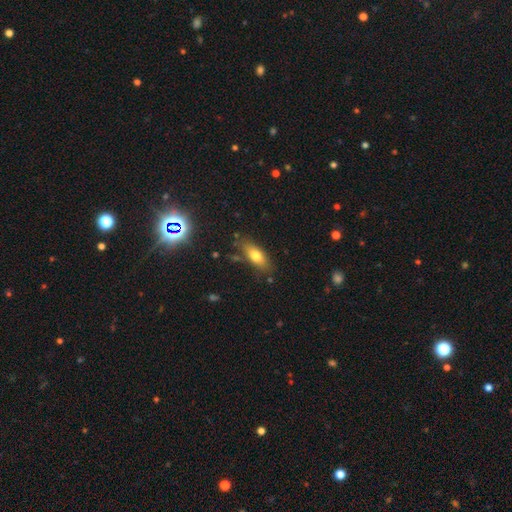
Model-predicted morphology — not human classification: Q: Smooth or featured?
A: smooth (72%); runner-up: featured or disk (19%)
Q: How rounded?
A: in between (75%); runner-up: cigar-shaped (21%)
Q: Merging?
A: none (75%); runner-up: minor disturbance (16%)